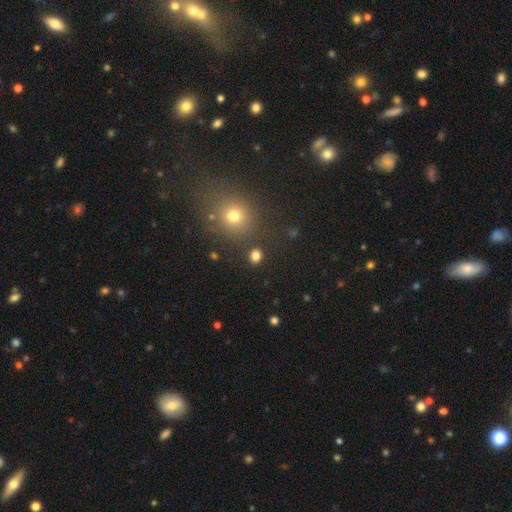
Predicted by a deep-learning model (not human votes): A smooth galaxy with no disk features (81%) that is round (71%). Merging: none (86%).